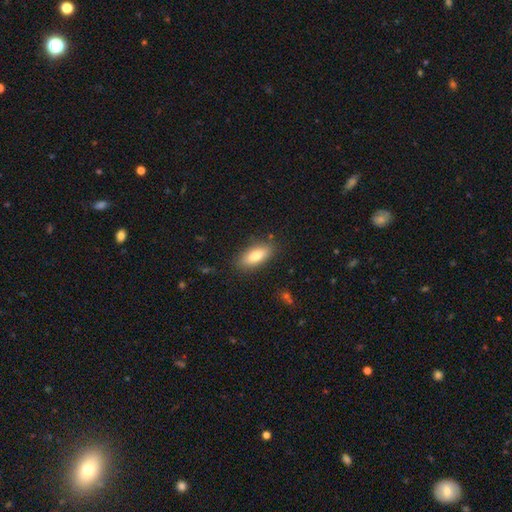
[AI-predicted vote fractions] Smooth or featured? smooth (80%)
How rounded? in between (77%)
Merging? none (86%)